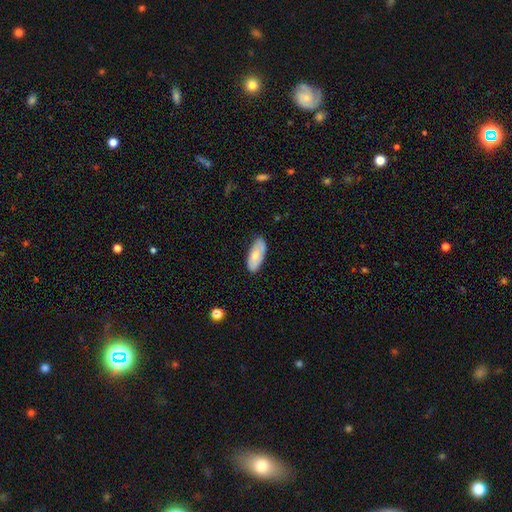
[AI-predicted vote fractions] smooth-or-featured: smooth: 65% | featured or disk: 29% | star or artifact: 6%
  how-rounded: in between: 87% | cigar-shaped: 11% | round: 2%
  merging: none: 77% | minor disturbance: 19% | major disturbance: 3% | merger: 1%